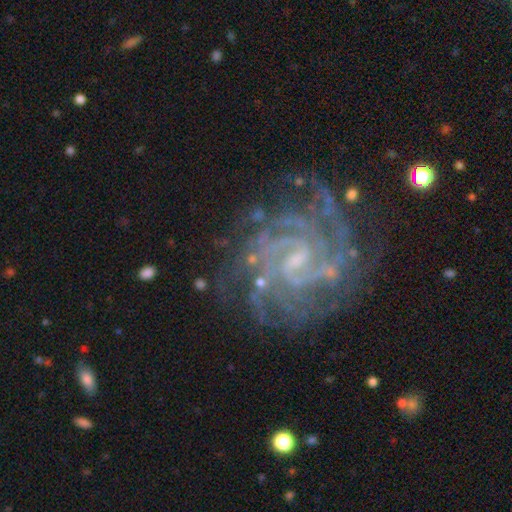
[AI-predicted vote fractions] Morphology: type=featured or disk (91%); edge-on=no (98%); bar=weak (57%); spiral arms=yes (98%); winding=tight (65%); arm count=can't tell (22%, tied with 4); bulge=small (61%); merging=none (73%).